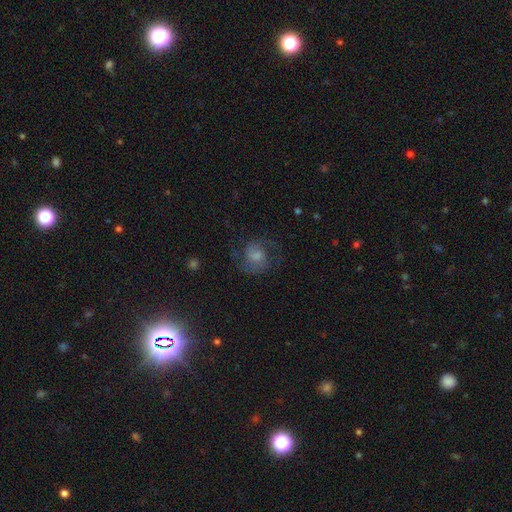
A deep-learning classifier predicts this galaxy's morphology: type=featured or disk (64%); edge-on=no (98%); bar=no (59%); spiral arms=yes (90%); winding=medium (51%); arm count=2 (82%); bulge=moderate (36%); merging=none (61%).